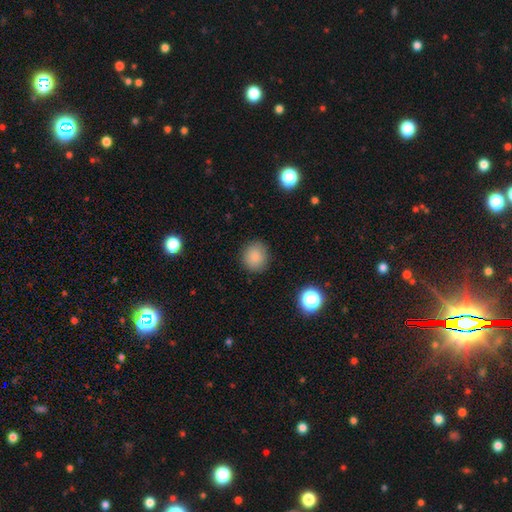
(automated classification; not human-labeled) Smooth or featured?
  - smooth: 85% *
  - star or artifact: 10%
  - featured or disk: 5%
How rounded?
  - round: 84% *
  - in between: 15%
  - cigar-shaped: 1%
Merging?
  - none: 88% *
  - minor disturbance: 8%
  - major disturbance: 3%
  - merger: 1%